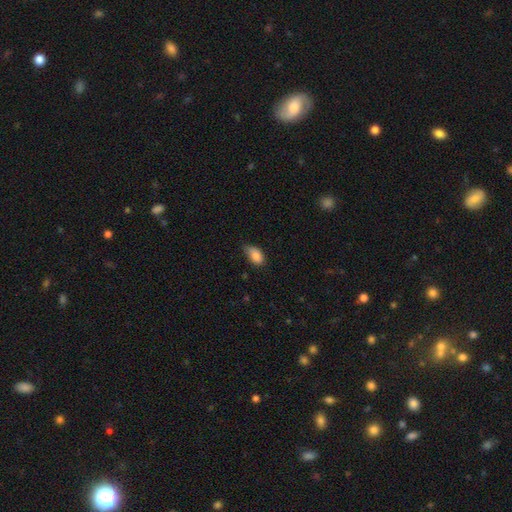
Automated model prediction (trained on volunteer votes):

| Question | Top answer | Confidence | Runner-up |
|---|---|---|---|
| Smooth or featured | smooth | 84% | featured or disk (8%) |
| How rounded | in between | 91% | round (7%) |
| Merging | none | 50% | minor disturbance (40%) |